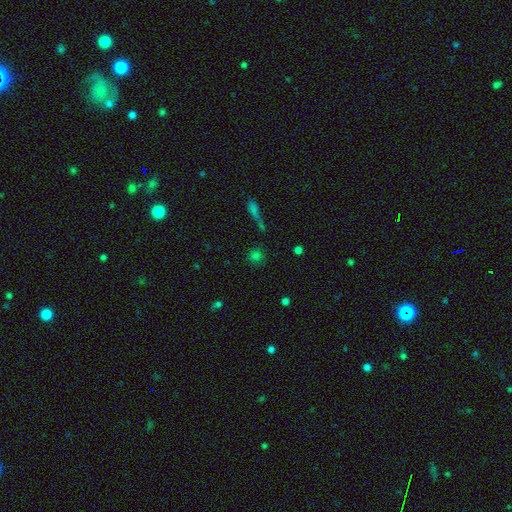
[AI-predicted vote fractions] A smooth galaxy with no disk features (72%) that is round (88%).

Vote fractions:
- Smooth or featured? smooth: 72% / star or artifact: 20% / featured or disk: 7%
- How rounded? round: 88% / in between: 9% / cigar-shaped: 3%
- Merging? none: 80% / minor disturbance: 9% / merger: 8% / major disturbance: 4%